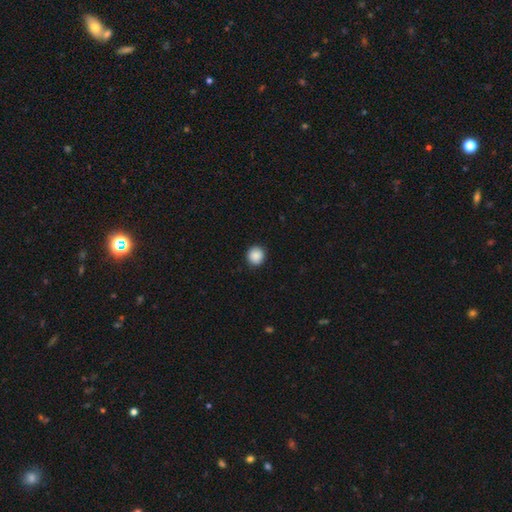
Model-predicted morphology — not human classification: Q: Smooth or featured?
A: smooth (89%); runner-up: star or artifact (8%)
Q: How rounded?
A: round (92%); runner-up: in between (7%)
Q: Merging?
A: none (91%); runner-up: minor disturbance (7%)